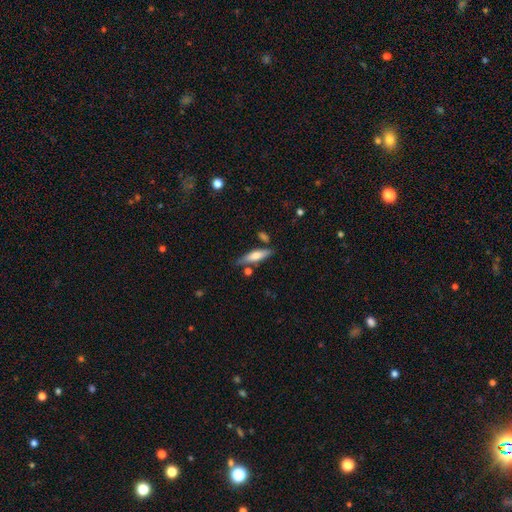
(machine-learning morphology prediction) Smooth or featured?
  - smooth: 59% *
  - featured or disk: 35%
  - star or artifact: 6%
How rounded?
  - cigar-shaped: 67% *
  - in between: 31%
  - round: 2%
Merging?
  - none: 75% *
  - minor disturbance: 14%
  - merger: 8%
  - major disturbance: 3%